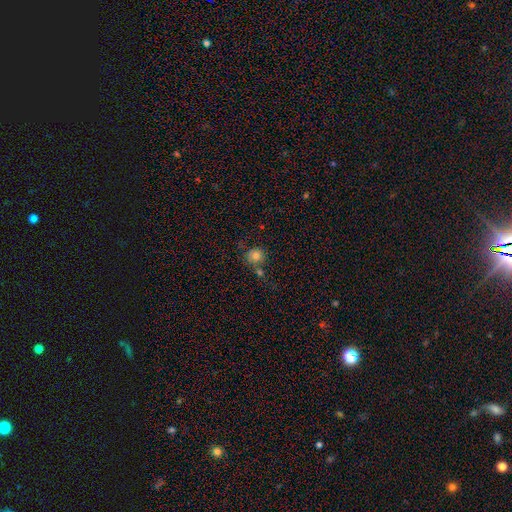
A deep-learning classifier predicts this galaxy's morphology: smooth 79%, star or artifact 12%, featured or disk 9%. Down the decision tree: how rounded — round (86%); merging — none (63%).